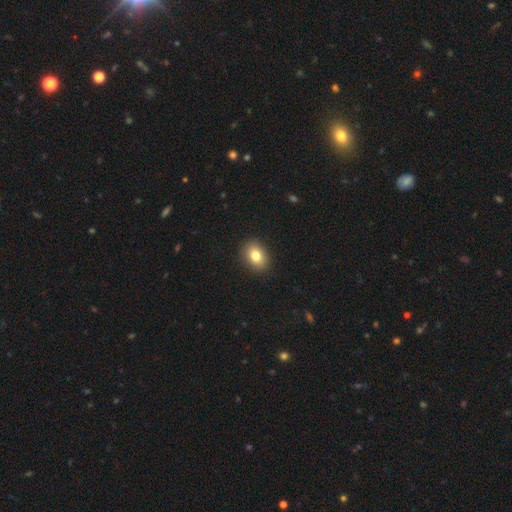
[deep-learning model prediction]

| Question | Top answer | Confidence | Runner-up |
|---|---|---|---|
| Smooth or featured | smooth | 81% | featured or disk (9%) |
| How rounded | in between | 65% | round (34%) |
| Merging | none | 90% | minor disturbance (7%) |